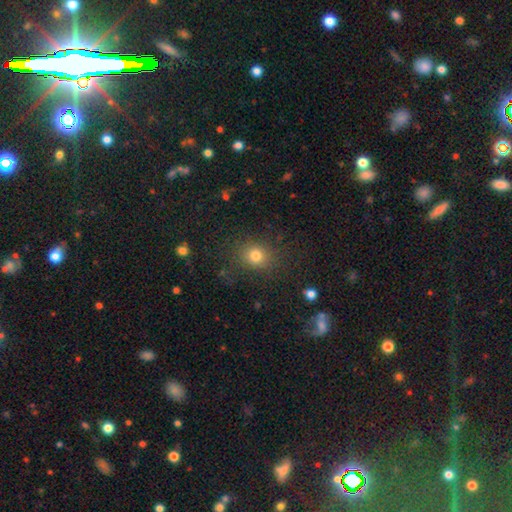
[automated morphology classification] A smooth galaxy with no disk features (77%) that is round (71%).

Vote fractions:
- Smooth or featured? smooth: 77% / star or artifact: 15% / featured or disk: 8%
- How rounded? round: 71% / in between: 27% / cigar-shaped: 1%
- Merging? none: 82% / minor disturbance: 11% / major disturbance: 5% / merger: 2%